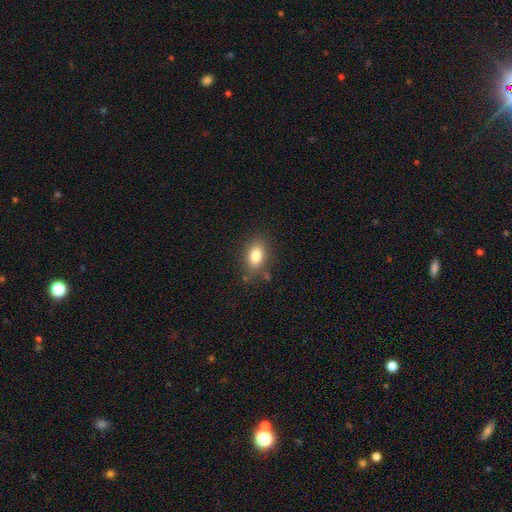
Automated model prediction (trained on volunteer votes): This is clearly a smooth galaxy (81%). How rounded: likely in between (80%). Merging: likely none (80%).